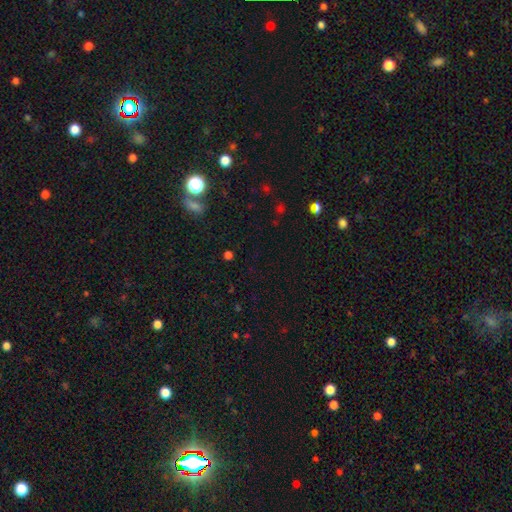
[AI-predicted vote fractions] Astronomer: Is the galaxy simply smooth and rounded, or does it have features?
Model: star or artifact — 59% (runner-up: smooth, 34%).